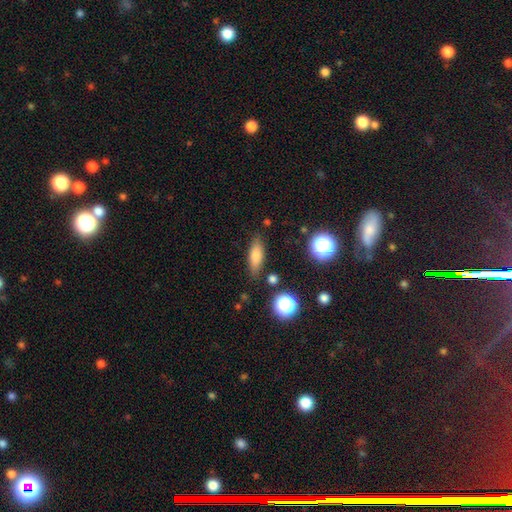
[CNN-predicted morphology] Smooth or featured? smooth (72%)
How rounded? in between (58%)
Merging? none (80%)